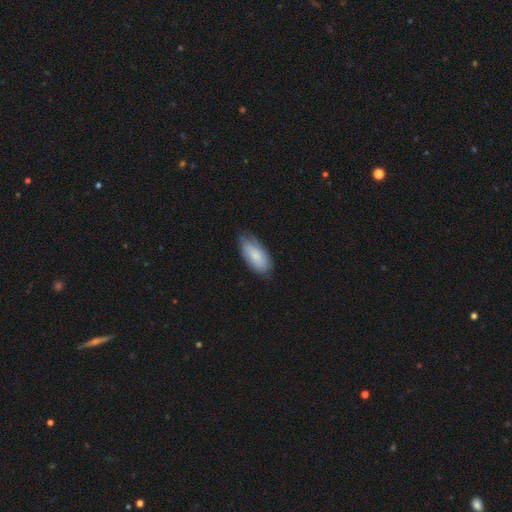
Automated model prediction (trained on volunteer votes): smooth-or-featured: smooth: 77% | featured or disk: 17% | star or artifact: 6%
  how-rounded: in between: 90% | cigar-shaped: 8% | round: 2%
  merging: none: 66% | minor disturbance: 27% | major disturbance: 5% | merger: 1%